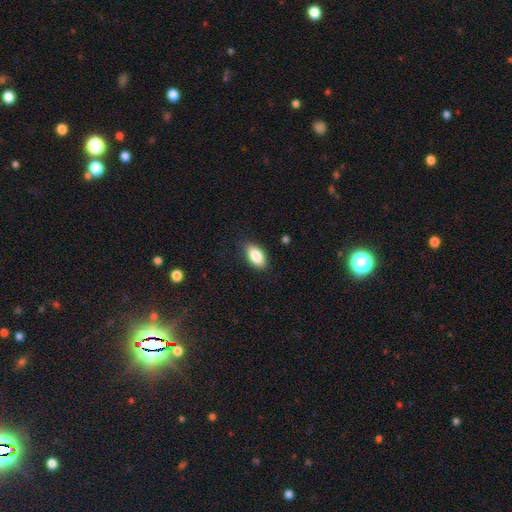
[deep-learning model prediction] Overall: smooth (86%). How rounded: in between (91%). Merging: none (84%).